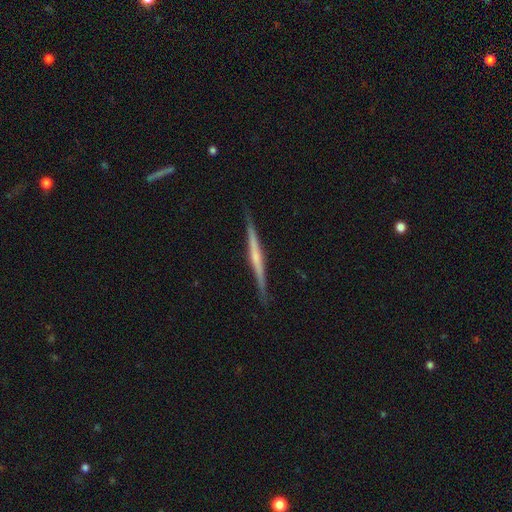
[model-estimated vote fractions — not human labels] Q: Smooth or featured?
A: featured or disk (70%); runner-up: smooth (24%)
Q: Edge-on disk?
A: yes (98%); runner-up: no (2%)
Q: Edge-on bulge?
A: none (50%); runner-up: rounded (39%)
Q: Merging?
A: none (90%); runner-up: minor disturbance (7%)